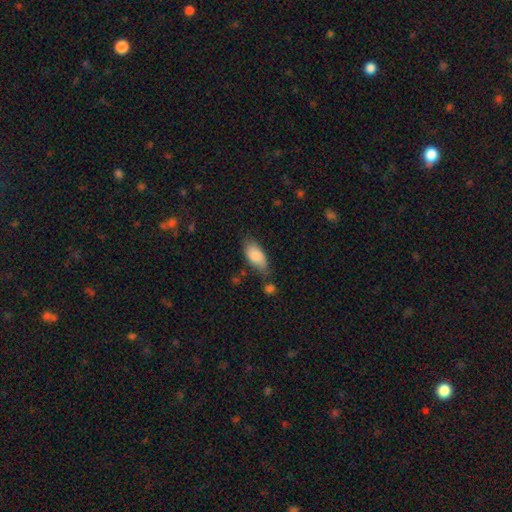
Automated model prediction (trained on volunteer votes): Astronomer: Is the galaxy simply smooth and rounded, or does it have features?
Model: smooth — 83%.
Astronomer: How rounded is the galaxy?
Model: in between — 90%.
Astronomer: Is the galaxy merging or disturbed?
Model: none — 59%.